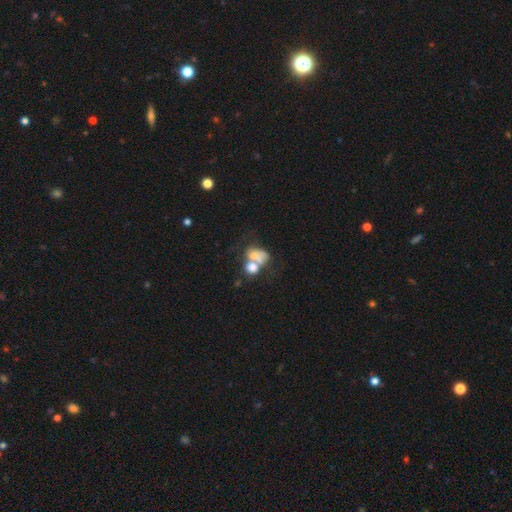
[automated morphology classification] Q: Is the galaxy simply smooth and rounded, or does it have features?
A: smooth — 55%.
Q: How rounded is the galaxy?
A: in between — 57%.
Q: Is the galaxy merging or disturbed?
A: merger — 60%.